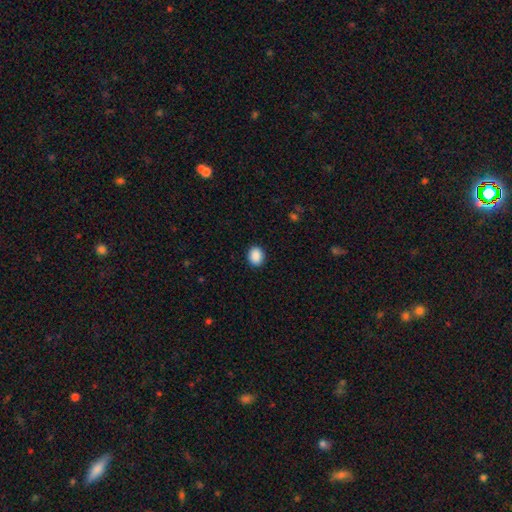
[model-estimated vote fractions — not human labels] Overall: smooth (90%). How rounded: round (61%; in between 38%). Merging: none (91%).